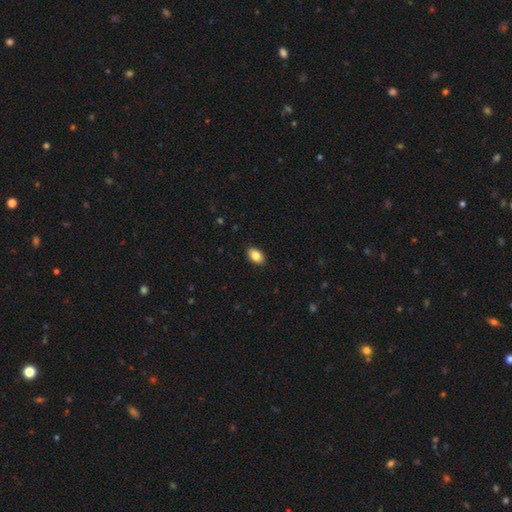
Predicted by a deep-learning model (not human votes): Smooth or featured? smooth (85%)
How rounded? in between (90%)
Merging? none (90%)